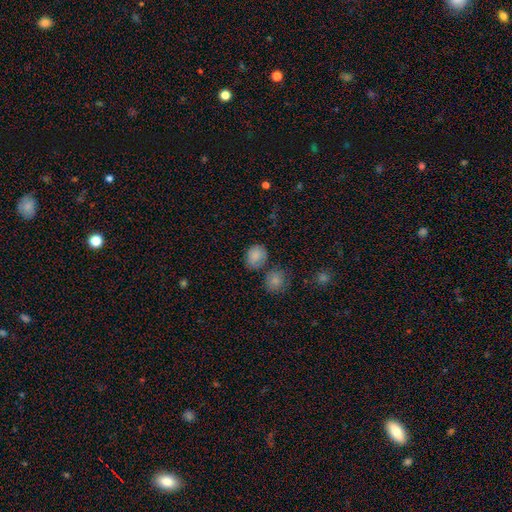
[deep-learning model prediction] smooth_or_featured: smooth (p=0.85) [alt: star or artifact p=0.10]
how_rounded: round (p=0.52) [alt: in between p=0.47]
merging: none (p=0.66) [alt: minor disturbance p=0.18]